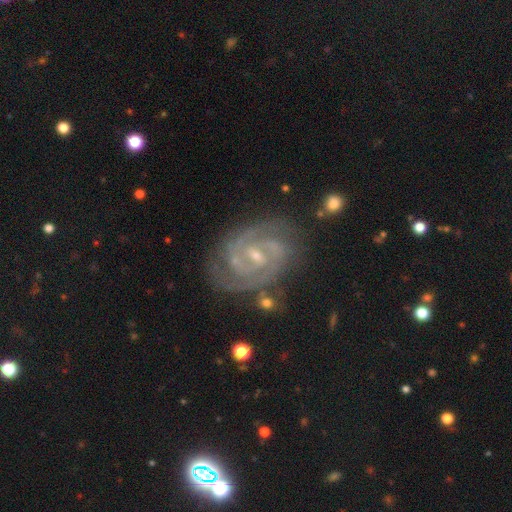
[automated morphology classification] type=featured or disk (91%); edge-on=no (98%); bar=weak (50%); spiral arms=yes (98%); winding=tight (66%); arm count=2 (66%); bulge=small (68%); merging=none (76%).